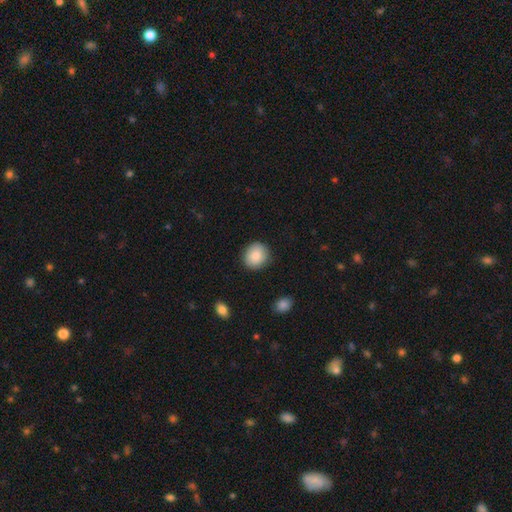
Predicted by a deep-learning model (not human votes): Smooth or featured? Predicted: smooth (p=0.87). How rounded? Predicted: round (p=0.74). Merging? Predicted: none (p=0.87).